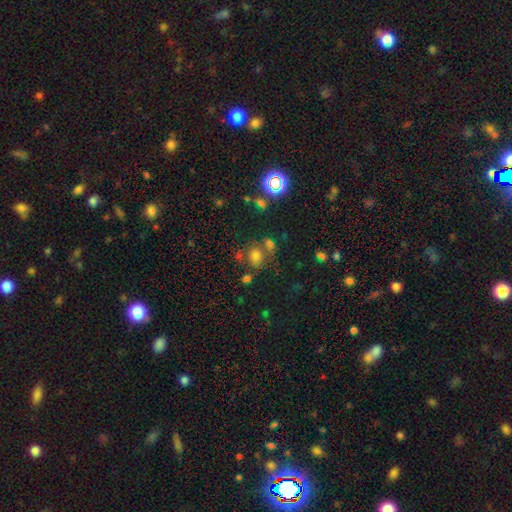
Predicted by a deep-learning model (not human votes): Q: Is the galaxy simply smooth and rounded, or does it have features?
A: smooth — 64%.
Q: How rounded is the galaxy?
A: round — 66%.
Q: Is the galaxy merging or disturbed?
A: none — 60%.